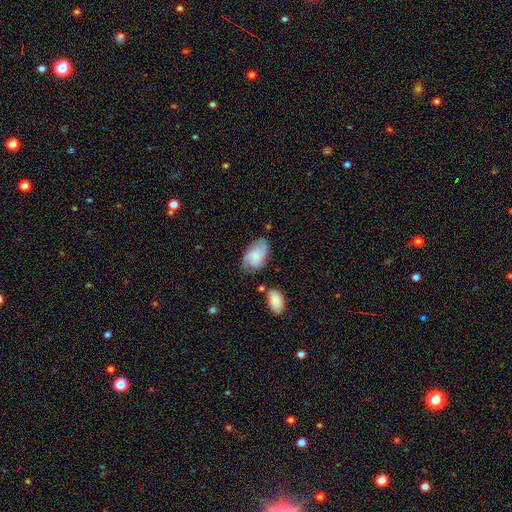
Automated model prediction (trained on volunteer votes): featured or disk 51%, smooth 41%, star or artifact 8%. Down the decision tree: edge-on disk — no (96%); merging — none (56%).